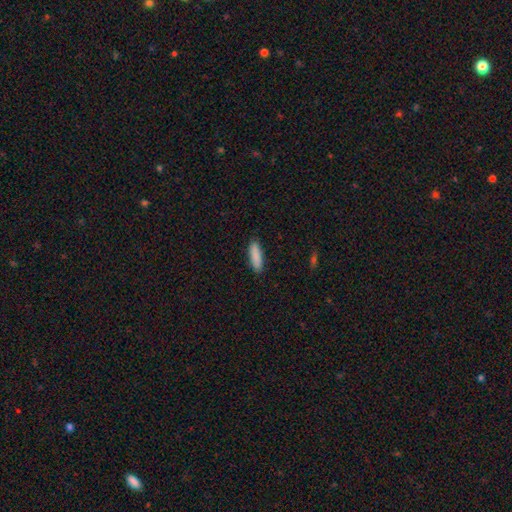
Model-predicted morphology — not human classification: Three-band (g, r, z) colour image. It shows a smooth galaxy with no disk features (89%) that is cigar-shaped (59%). Merging: none (89%).